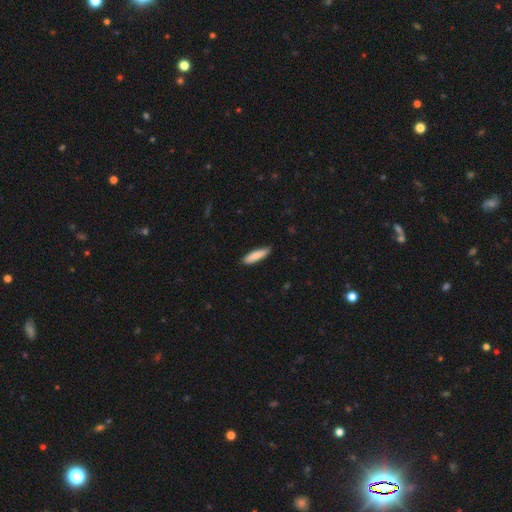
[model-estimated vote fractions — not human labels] smooth 86%, featured or disk 9%, star or artifact 6%. Down the decision tree: how rounded — cigar-shaped (74%); merging — none (86%).